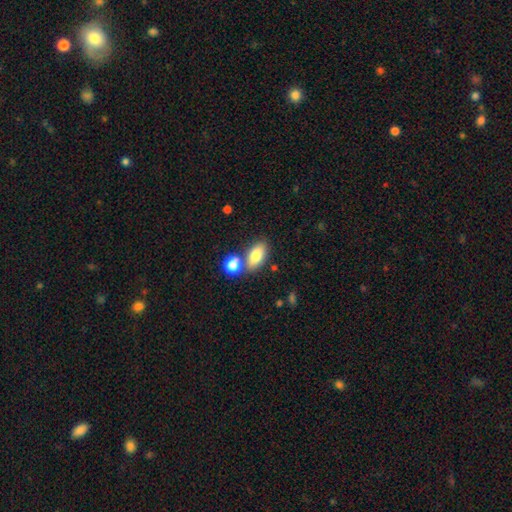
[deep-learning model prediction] This appears to be a smooth galaxy with no disk features (80%) that is in between round and cigar-shaped (87%). Merging: none (56%).